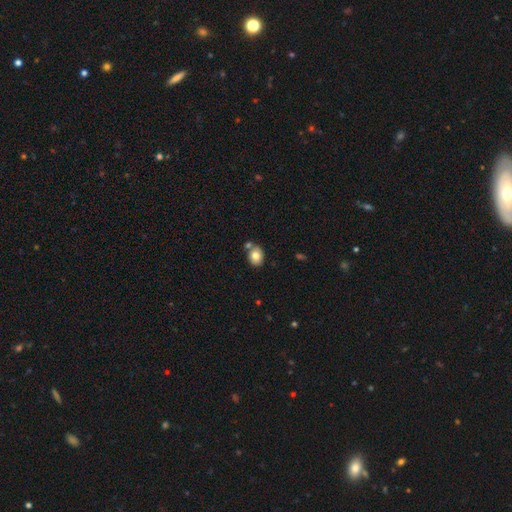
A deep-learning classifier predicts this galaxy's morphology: Q: Smooth or featured?
A: smooth (78%); runner-up: featured or disk (13%)
Q: How rounded?
A: in between (50%); runner-up: round (49%)
Q: Merging?
A: none (63%); runner-up: merger (21%)